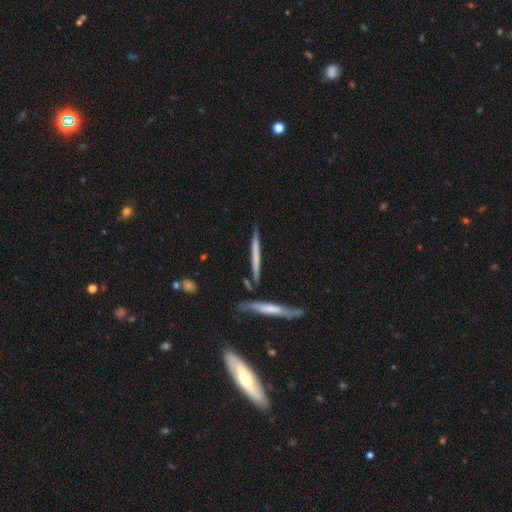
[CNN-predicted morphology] The model was most divided on "smooth or featured": featured or disk: 51%, smooth: 43%, star or artifact: 7%. More confident: edge-on disk — yes (95%); merging — none (78%).